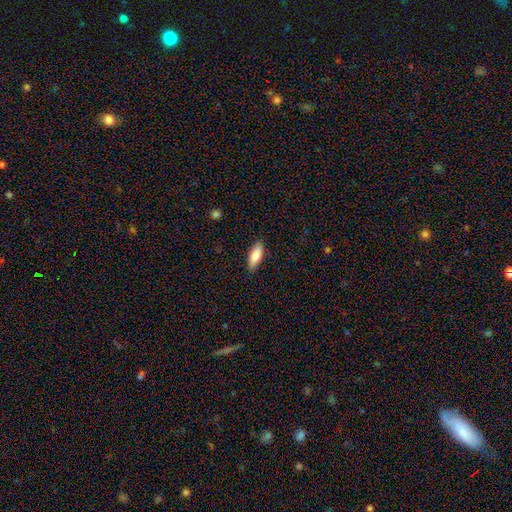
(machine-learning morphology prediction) Smooth or featured? Predicted: smooth (p=0.83). How rounded? Predicted: in between (p=0.74). Merging? Predicted: none (p=0.87).